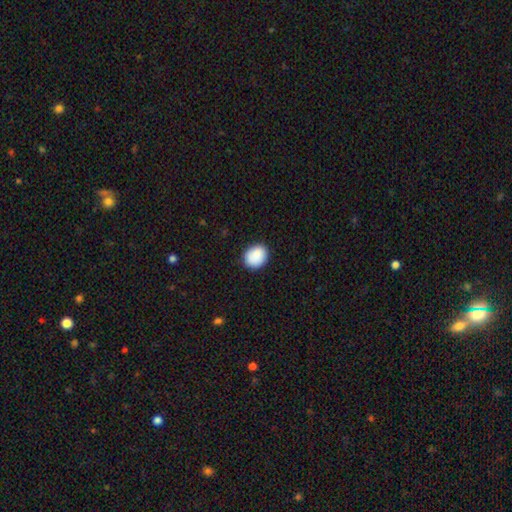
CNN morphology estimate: type=smooth (87%); roundness=round (60%); merging=none (84%).